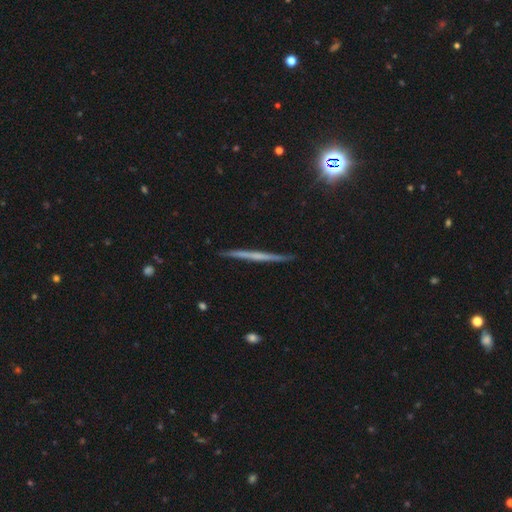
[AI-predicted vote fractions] smooth-or-featured: featured or disk: 60% | smooth: 31% | star or artifact: 9%
  disk-edge-on: yes: 97% | no: 3%
    edge-on-bulge: none: 79% | rounded: 15% | boxy: 6%
  merging: none: 90% | minor disturbance: 7% | major disturbance: 1% | merger: 1%